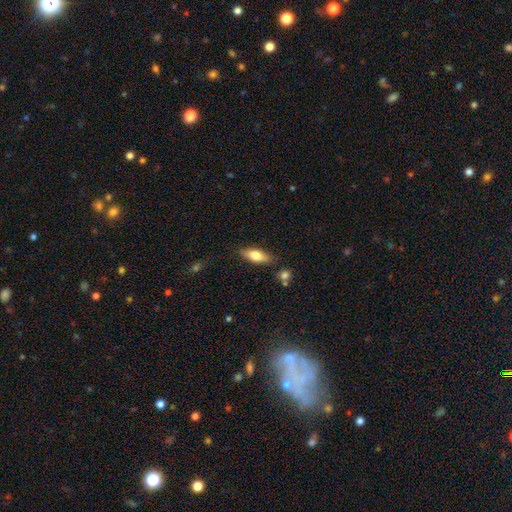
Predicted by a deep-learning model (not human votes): Overall: smooth (71%). How rounded: in between (70%). Merging: none (82%).